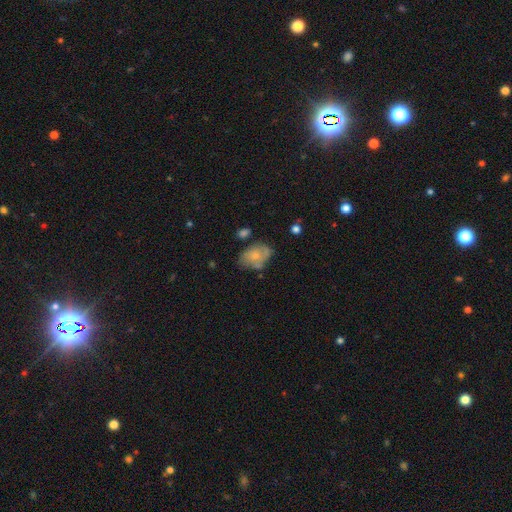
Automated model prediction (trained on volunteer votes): This appears to be a smooth galaxy with no disk features (60%) that is in between round and cigar-shaped (82%). Merging: none (48%).